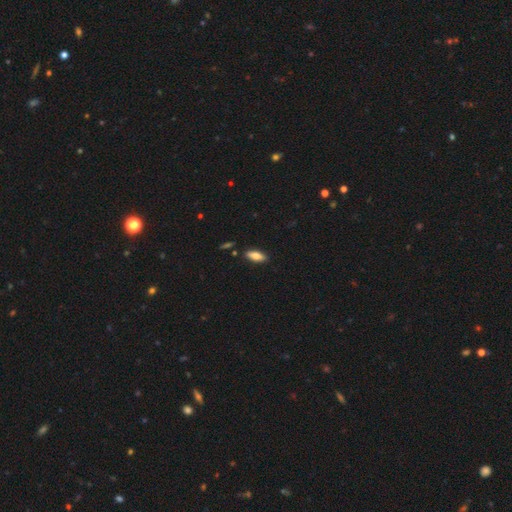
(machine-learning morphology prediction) A smooth galaxy with no disk features (76%) that is in between round and cigar-shaped (72%). Merging: none (87%).